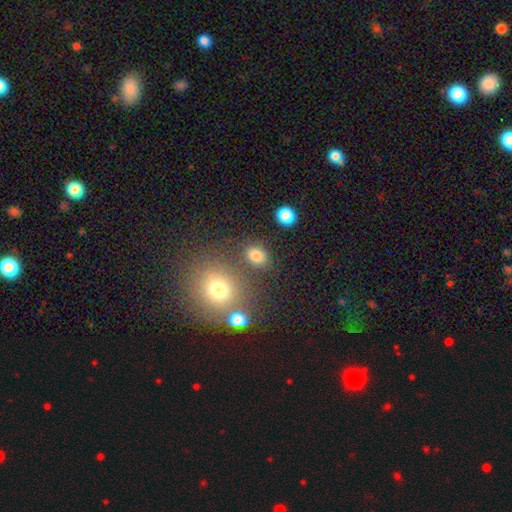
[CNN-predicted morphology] type=smooth (81%); roundness=in between (64%); merging=none (78%).